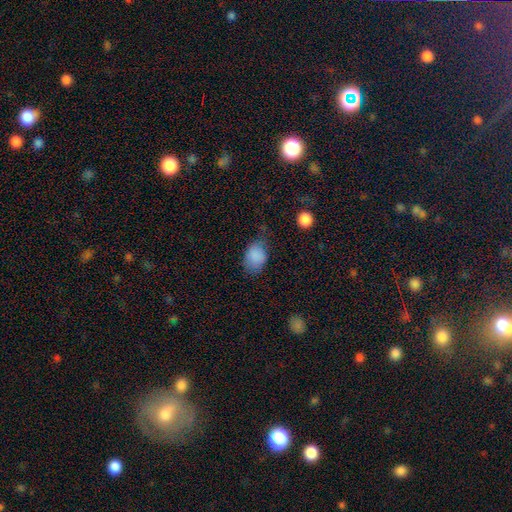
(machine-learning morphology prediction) Smooth or featured? smooth (85%)
How rounded? in between (74%)
Merging? none (55%)